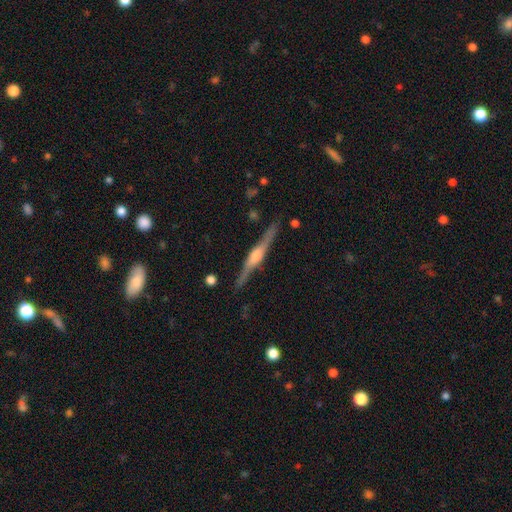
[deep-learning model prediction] A featured or disk galaxy (81%) viewed edge-on (98%) with a rounded central bulge (77%).

Vote fractions:
- Smooth or featured? featured or disk: 81% / smooth: 14% / star or artifact: 5%
- Edge-on disk? yes: 98% / no: 2%
- Edge-on bulge? rounded: 77% / boxy: 18% / none: 5%
- Merging? none: 87% / minor disturbance: 9% / major disturbance: 2% / merger: 2%